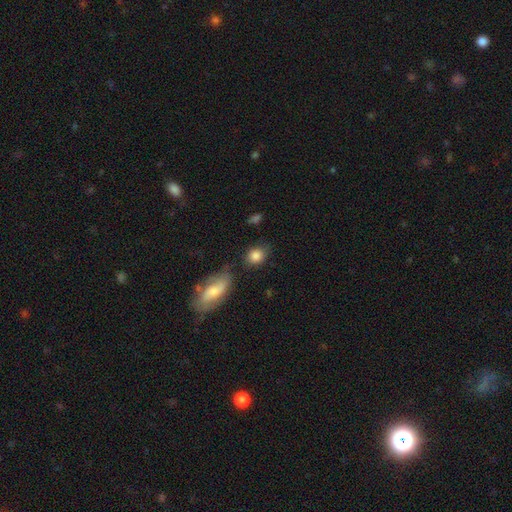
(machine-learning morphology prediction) smooth_or_featured: smooth (p=0.83) [alt: featured or disk p=0.09]
how_rounded: round (p=0.54) [alt: in between p=0.44]
merging: none (p=0.70) [alt: minor disturbance p=0.18]